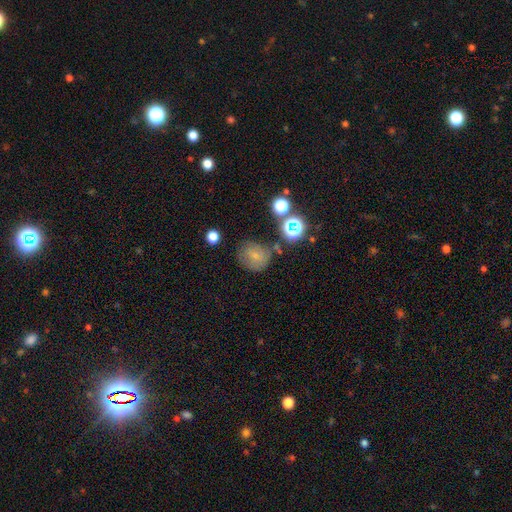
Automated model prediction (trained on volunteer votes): A smooth galaxy with no disk features (65%) that is round (76%).

Vote fractions:
- Smooth or featured? smooth: 65% / featured or disk: 19% / star or artifact: 17%
- How rounded? round: 76% / in between: 23% / cigar-shaped: 1%
- Merging? none: 61% / minor disturbance: 22% / major disturbance: 10% / merger: 7%